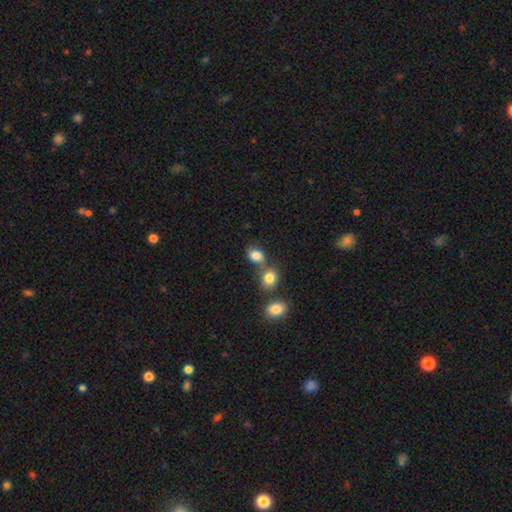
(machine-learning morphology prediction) Smooth or featured? Predicted: smooth (p=0.82). How rounded? Predicted: in between (p=0.55). Merging? Predicted: none (p=0.44).